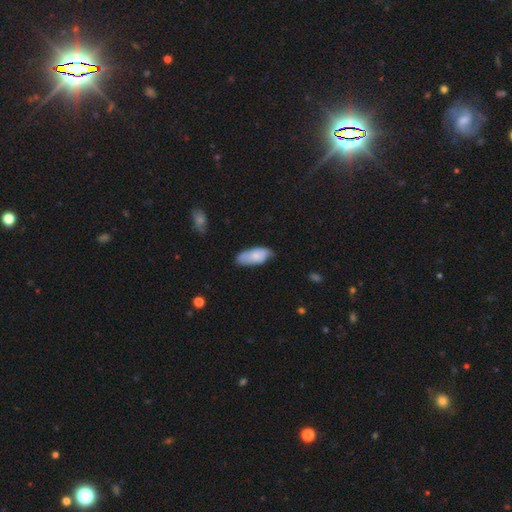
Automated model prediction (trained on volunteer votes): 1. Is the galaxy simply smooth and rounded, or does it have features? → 77% smooth, 17% featured or disk, 6% star or artifact.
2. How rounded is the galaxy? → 89% in between, 9% cigar-shaped, 2% round.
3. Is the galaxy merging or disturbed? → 64% none, 30% minor disturbance, 5% major disturbance, 2% merger.